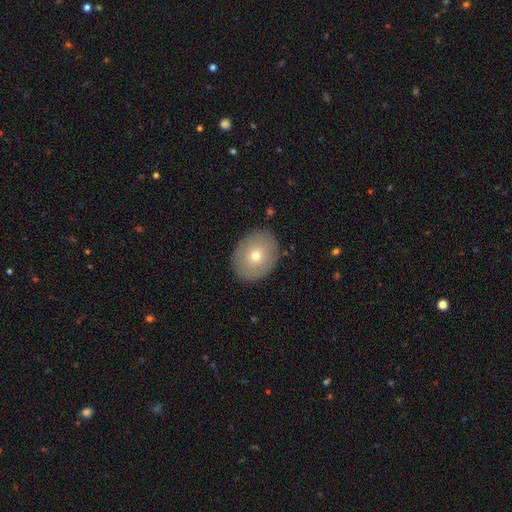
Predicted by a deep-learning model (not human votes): smooth-or-featured: smooth: 67% | featured or disk: 25% | star or artifact: 8%
  how-rounded: round: 51% | in between: 48% | cigar-shaped: 1%
  merging: none: 87% | minor disturbance: 9% | major disturbance: 3% | merger: 1%